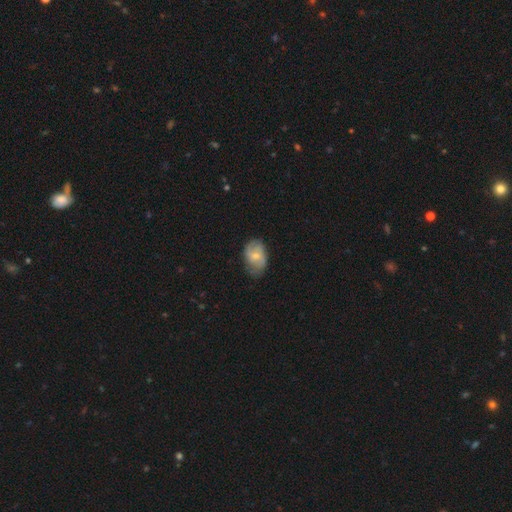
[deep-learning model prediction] Smooth or featured?
  - smooth: 53% *
  - featured or disk: 41%
  - star or artifact: 6%
How rounded?
  - in between: 86% *
  - round: 13%
  - cigar-shaped: 1%
Merging?
  - none: 63% *
  - minor disturbance: 28%
  - major disturbance: 7%
  - merger: 1%